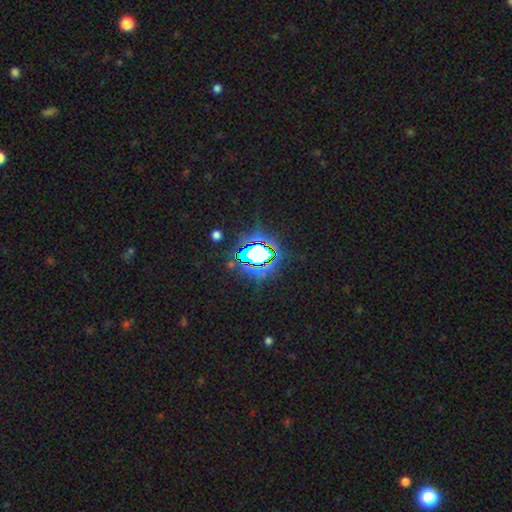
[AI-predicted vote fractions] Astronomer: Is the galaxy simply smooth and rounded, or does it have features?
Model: star or artifact — 71%.